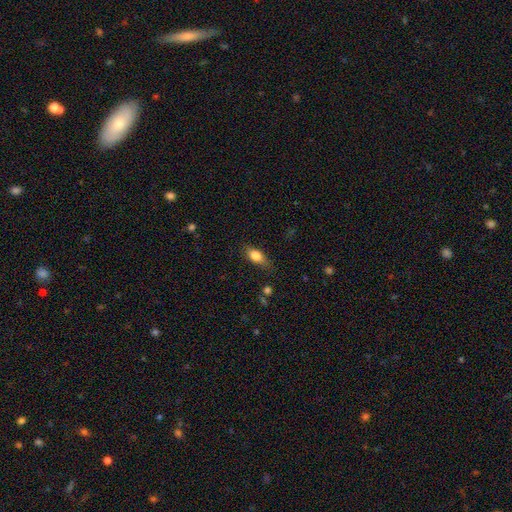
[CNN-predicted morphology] type=smooth (80%); roundness=in between (81%); merging=none (69%).